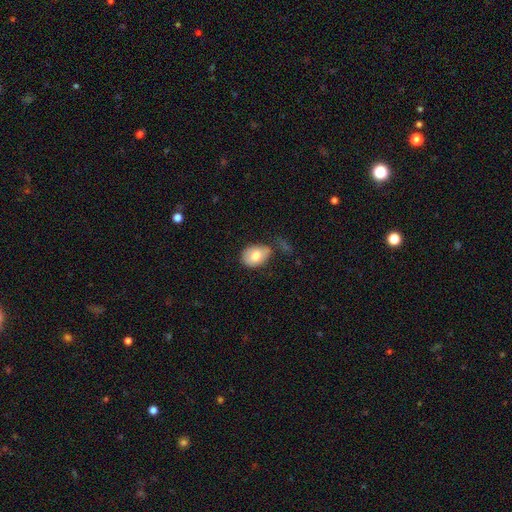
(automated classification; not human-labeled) smooth_or_featured: smooth (p=0.75) [alt: featured or disk p=0.17]
how_rounded: in between (p=0.76) [alt: round p=0.23]
merging: none (p=0.52) [alt: minor disturbance p=0.29]